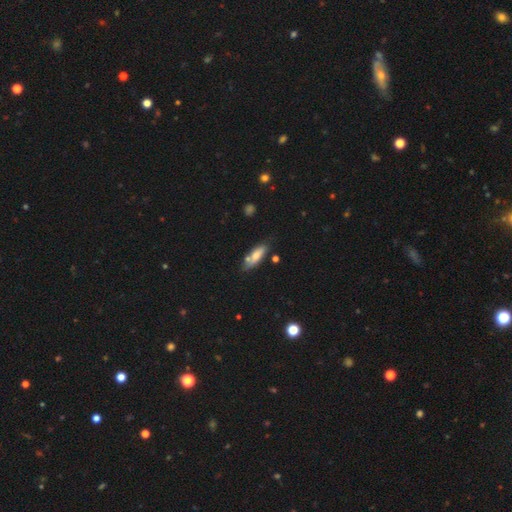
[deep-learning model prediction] Overall: smooth (69%). How rounded: in between (61%; cigar-shaped 37%). Merging: none (64%).